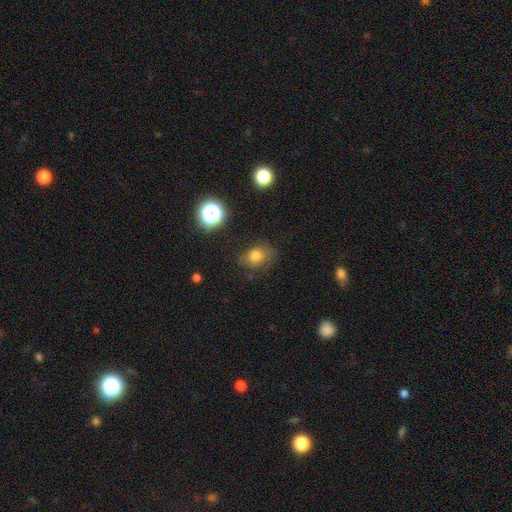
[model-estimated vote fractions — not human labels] Overall: smooth (77%). How rounded: in between (52%; round 46%). Merging: none (72%).